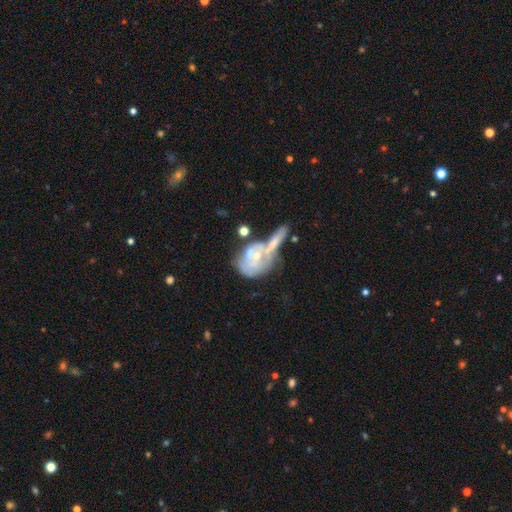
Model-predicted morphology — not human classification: featured or disk 63%, smooth 27%, star or artifact 10%. Down the decision tree: edge-on disk — no (91%); bar — no (71%); spiral arms — yes (52%); bulge size — small (57%); merging — merger (52%).